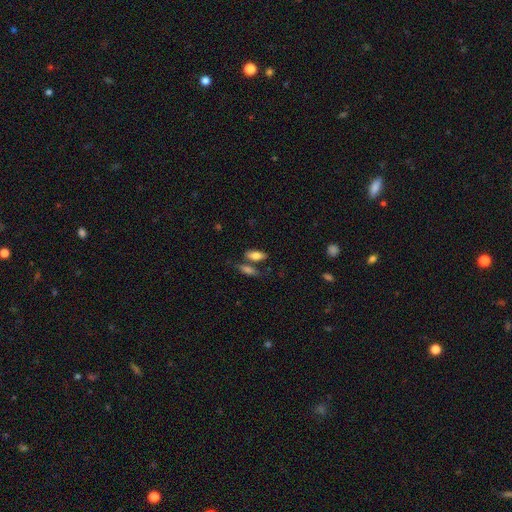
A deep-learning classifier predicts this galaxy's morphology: Smooth or featured? smooth (76%)
How rounded? in between (78%)
Merging? none (60%)